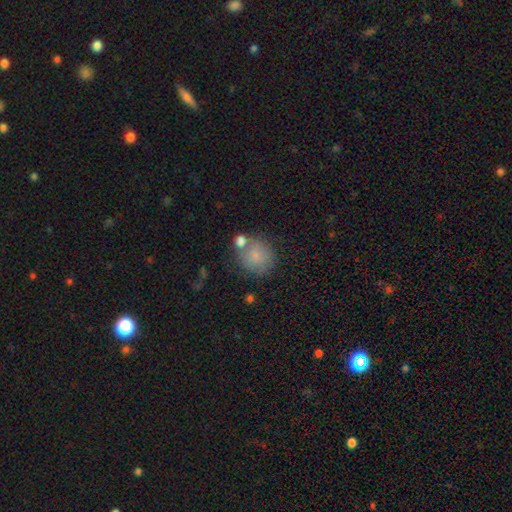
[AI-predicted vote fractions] The model was most divided on "merging": none: 62%, merger: 18%, minor disturbance: 14%, major disturbance: 5%. More confident: how rounded — round (86%); smooth or featured — smooth (80%).